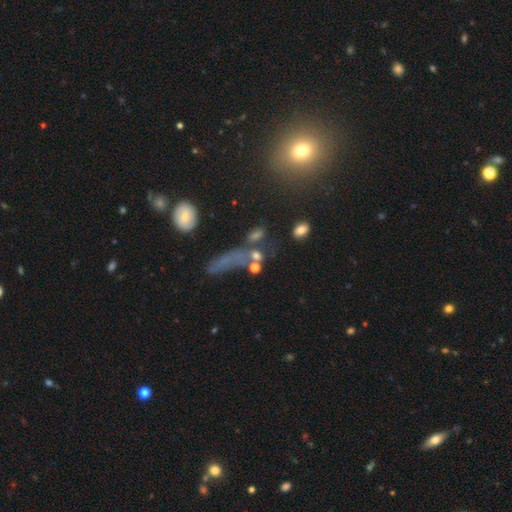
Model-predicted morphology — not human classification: The model was most divided on "how rounded": in between: 42%, round: 33%, cigar-shaped: 25%. Remaining: smooth or featured — smooth (55%); merging — none (37%).